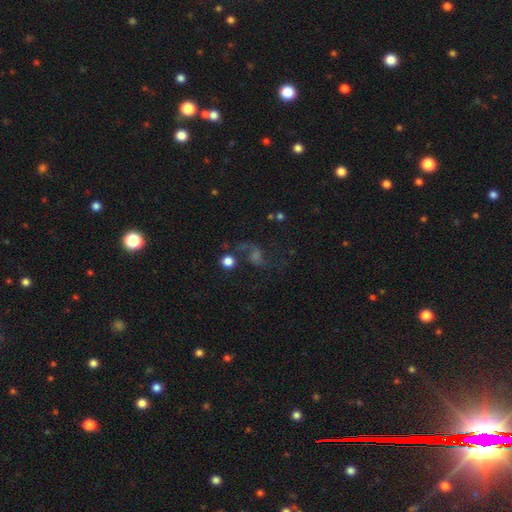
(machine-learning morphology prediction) Overall: featured or disk (47%; star or artifact 28%). Merging: none (49%; major disturbance 24%).